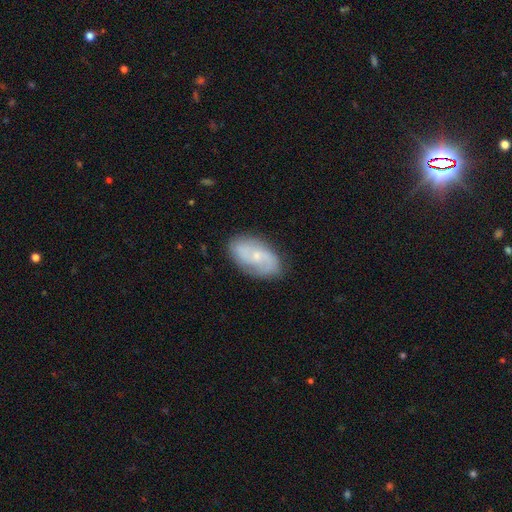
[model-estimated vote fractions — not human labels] smooth-or-featured: featured or disk: 64% | smooth: 29% | star or artifact: 7%
  disk-edge-on: no: 95% | yes: 5%
    bar: no: 63% | weak: 31% | strong: 5%
    has-spiral-arms: yes: 87% | no: 13%
      spiral-winding: medium: 43% | tight: 30% | loose: 28%
      spiral-arm-count: 2: 69% | can't tell: 19% | 3: 5% | 1: 3% | 4: 2% | more than 4: 2%
    bulge-size: small: 68% | moderate: 26% | none: 4% | large: 1% | dominant: 1%
  merging: none: 78% | minor disturbance: 17% | major disturbance: 4% | merger: 2%